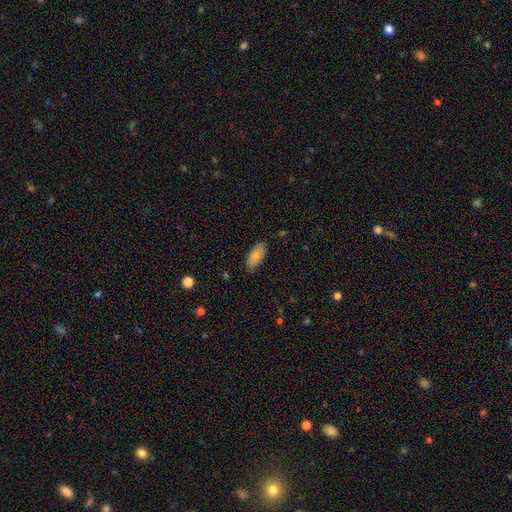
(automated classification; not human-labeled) Overall: smooth (81%). How rounded: in between (87%). Merging: none (84%).